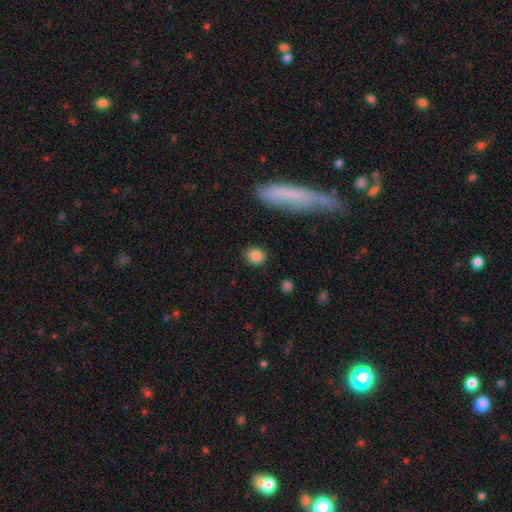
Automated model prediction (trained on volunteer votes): Smooth or featured? Predicted: smooth (p=0.86). How rounded? Predicted: round (p=0.75). Merging? Predicted: none (p=0.86).